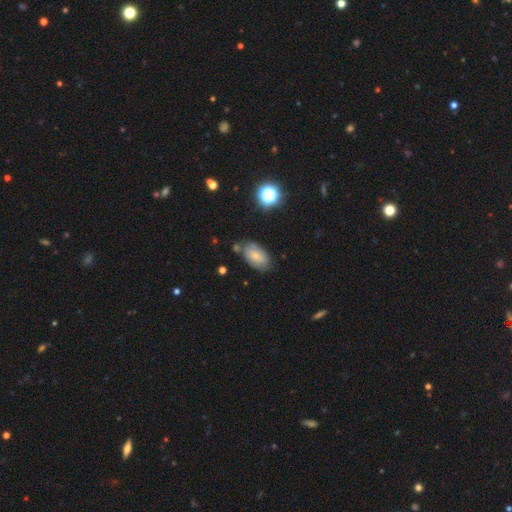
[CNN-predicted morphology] This is likely a smooth galaxy (68%). How rounded: clearly in between (92%). Merging: likely none (67%).